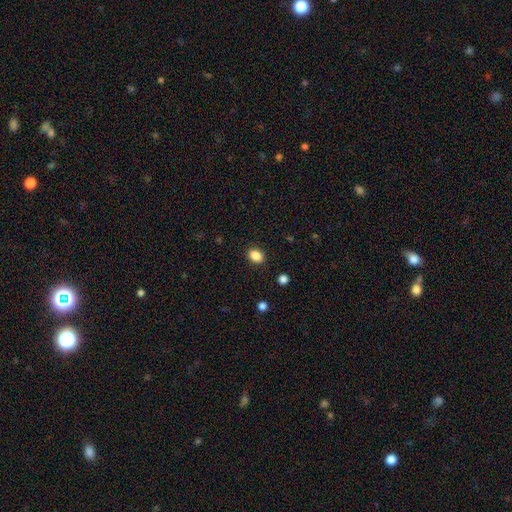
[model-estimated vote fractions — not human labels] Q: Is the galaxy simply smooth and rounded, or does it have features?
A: smooth — 86%.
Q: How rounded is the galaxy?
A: in between — 65%.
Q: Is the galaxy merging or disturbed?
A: none — 88%.